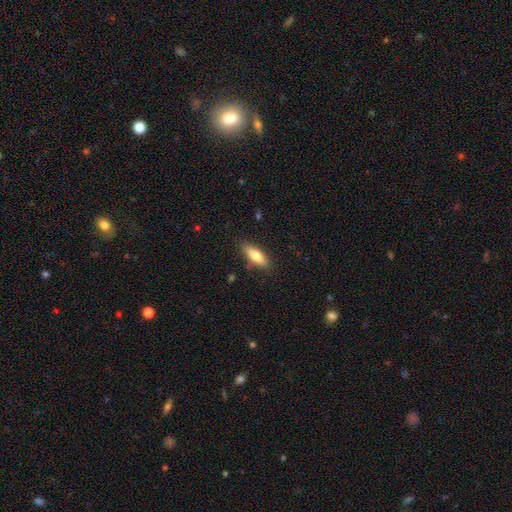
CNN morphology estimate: smooth-or-featured: smooth: 73% | featured or disk: 21% | star or artifact: 6%
  how-rounded: in between: 58% | cigar-shaped: 40% | round: 2%
  merging: none: 85% | minor disturbance: 11% | major disturbance: 2% | merger: 2%